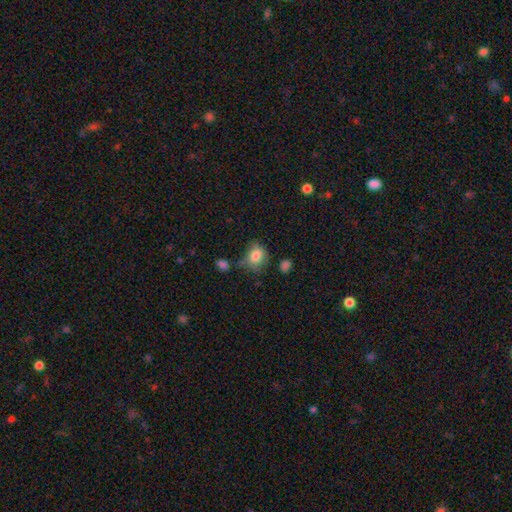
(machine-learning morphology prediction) type=smooth (80%); roundness=round (54%); merging=none (57%).